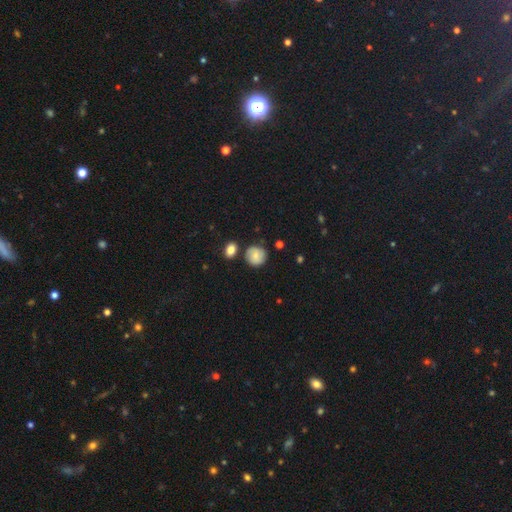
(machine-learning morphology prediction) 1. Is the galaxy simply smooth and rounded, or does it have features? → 74% smooth, 17% featured or disk, 9% star or artifact.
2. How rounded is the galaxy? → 88% round, 11% in between, 1% cigar-shaped.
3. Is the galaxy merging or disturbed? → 75% none, 16% minor disturbance, 6% merger, 3% major disturbance.